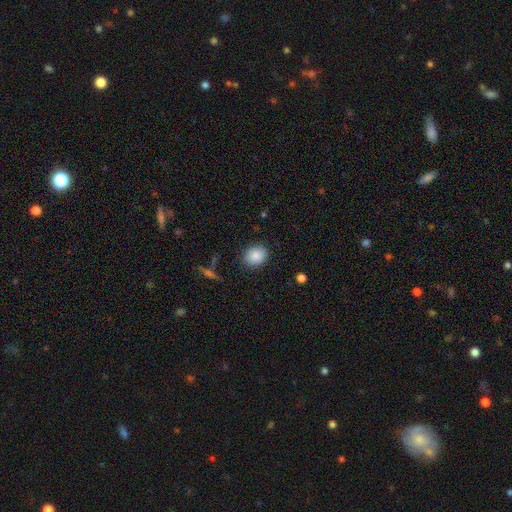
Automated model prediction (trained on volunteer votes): Smooth or featured? Predicted: smooth (p=0.87). How rounded? Predicted: round (p=0.55). Merging? Predicted: none (p=0.86).